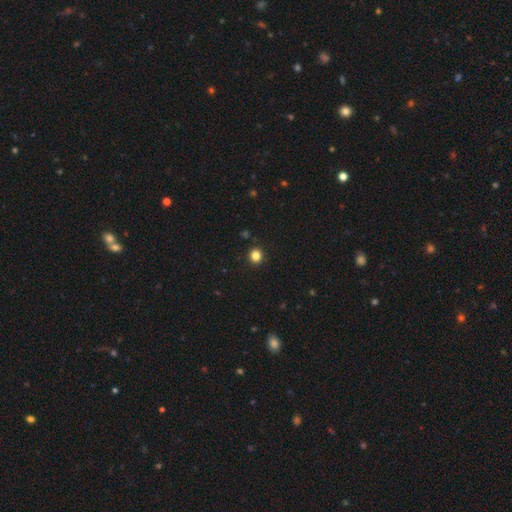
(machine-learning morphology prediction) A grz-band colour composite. It shows a smooth galaxy with no disk features (83%) that is round (91%). Merging: none (92%).